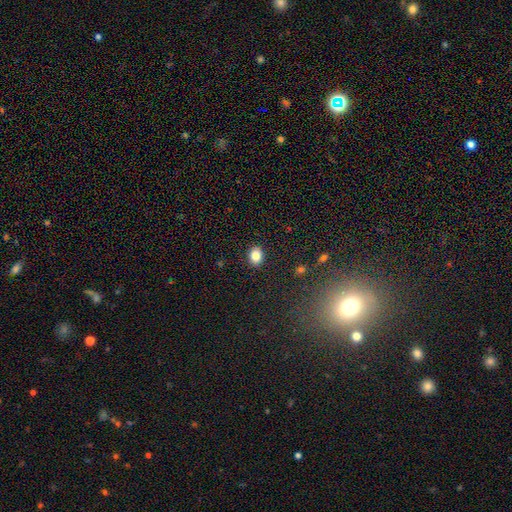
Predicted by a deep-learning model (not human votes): This is clearly a smooth galaxy (84%). How rounded: possibly in between (57%). Merging: clearly none (90%).